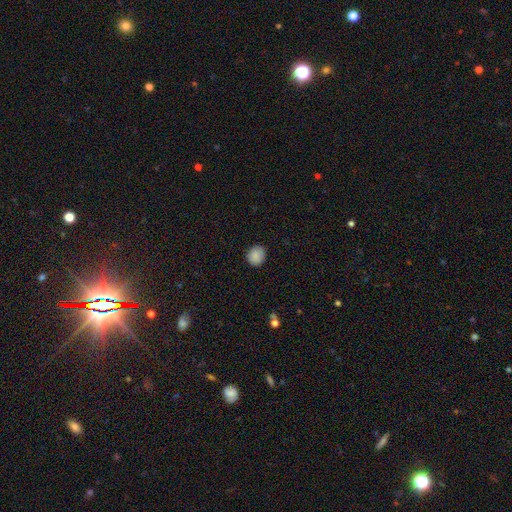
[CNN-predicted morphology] This appears to be a smooth galaxy with no disk features (88%) that is round (79%). Merging: none (87%).